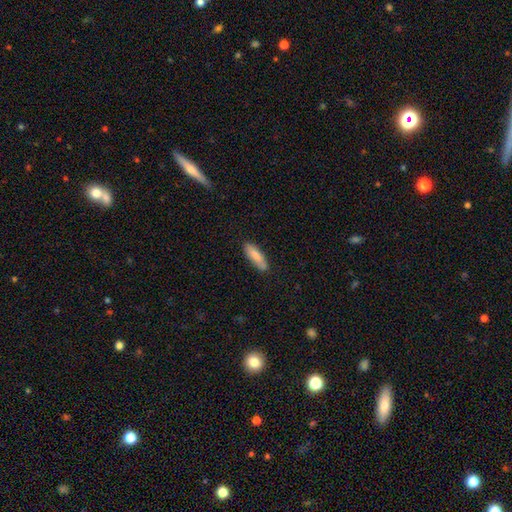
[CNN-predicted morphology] Q: Smooth or featured?
A: smooth (83%); runner-up: featured or disk (11%)
Q: How rounded?
A: cigar-shaped (51%); runner-up: in between (47%)
Q: Merging?
A: none (81%); runner-up: minor disturbance (15%)